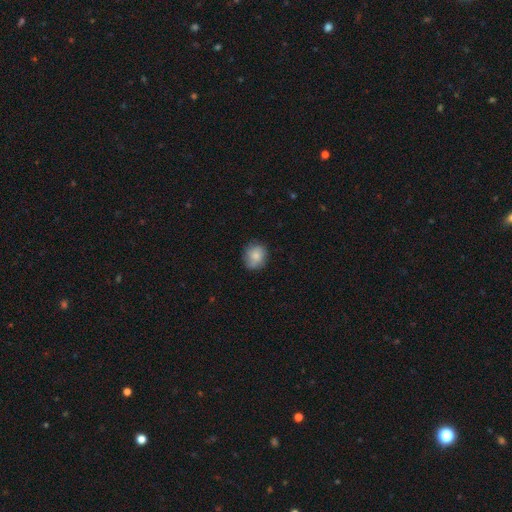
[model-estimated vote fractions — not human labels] Smooth or featured? smooth (83%)
How rounded? round (73%)
Merging? none (76%)